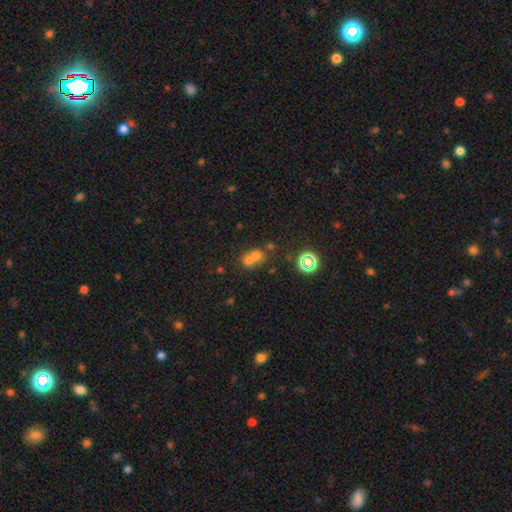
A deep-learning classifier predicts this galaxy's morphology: The model was most divided on "merging": merger: 61%, none: 29%, minor disturbance: 6%, major disturbance: 4%. More confident: how rounded — round (67%); smooth or featured — smooth (57%).